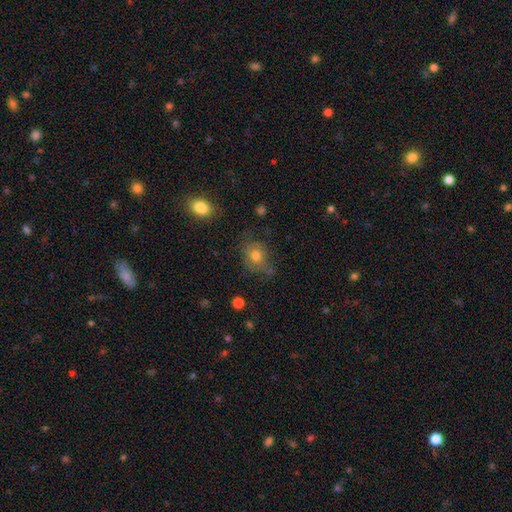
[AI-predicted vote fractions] Overall: smooth (68%). How rounded: round (54%; in between 44%). Merging: none (58%; minor disturbance 26%).